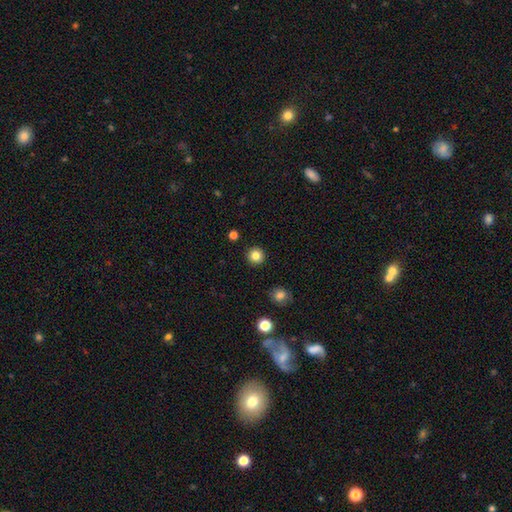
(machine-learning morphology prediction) Smooth or featured: smooth — 84% (star or artifact — 11%)
How rounded: round — 95% (in between — 4%)
Merging: none — 93% (minor disturbance — 4%)